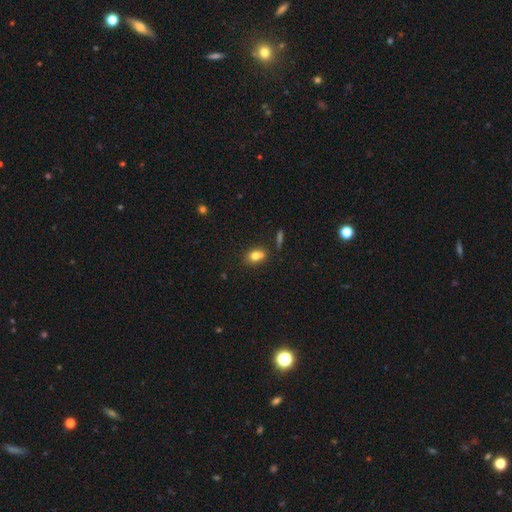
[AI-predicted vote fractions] smooth-or-featured: smooth: 77% | featured or disk: 12% | star or artifact: 11%
  how-rounded: in between: 64% | round: 34% | cigar-shaped: 3%
  merging: none: 56% | merger: 21% | minor disturbance: 18% | major disturbance: 5%